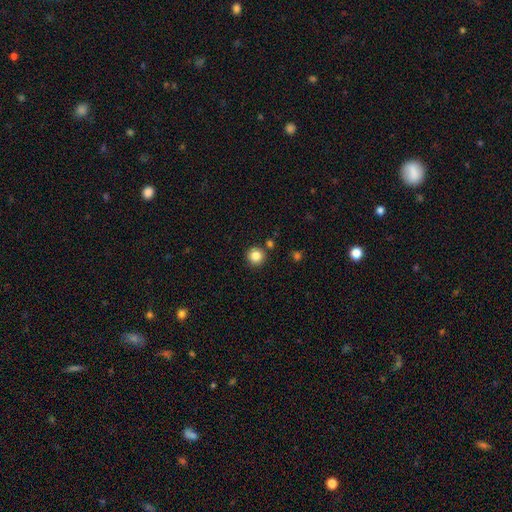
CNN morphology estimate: smooth_or_featured: smooth (p=0.84) [alt: star or artifact p=0.11]
how_rounded: round (p=0.95) [alt: in between p=0.04]
merging: none (p=0.87) [alt: minor disturbance p=0.06]